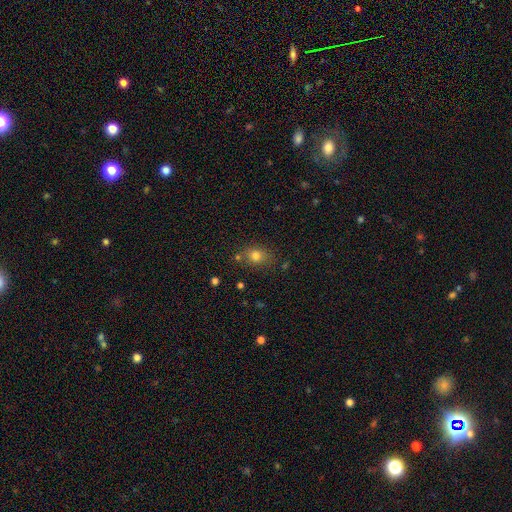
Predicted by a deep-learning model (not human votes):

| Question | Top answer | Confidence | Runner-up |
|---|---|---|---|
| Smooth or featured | smooth | 76% | star or artifact (14%) |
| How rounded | round | 50% | in between (48%) |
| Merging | none | 75% | minor disturbance (15%) |